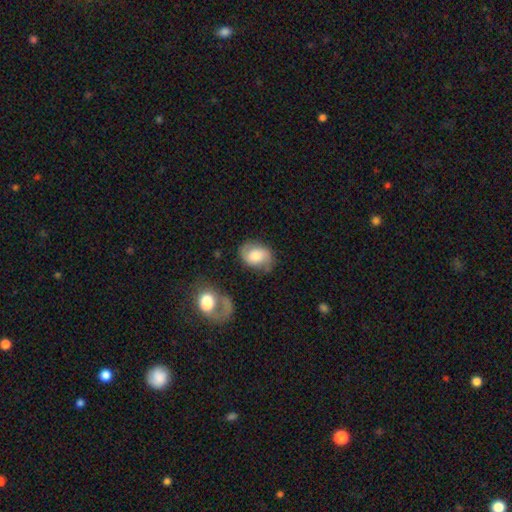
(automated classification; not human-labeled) featured or disk 49%, smooth 43%, star or artifact 8%. Down the decision tree: merging — none (68%).